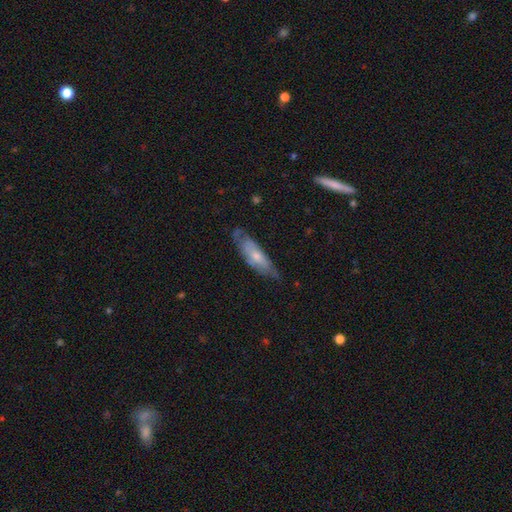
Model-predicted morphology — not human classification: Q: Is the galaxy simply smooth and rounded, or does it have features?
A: featured or disk — 49%.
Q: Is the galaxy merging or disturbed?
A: none — 62%.